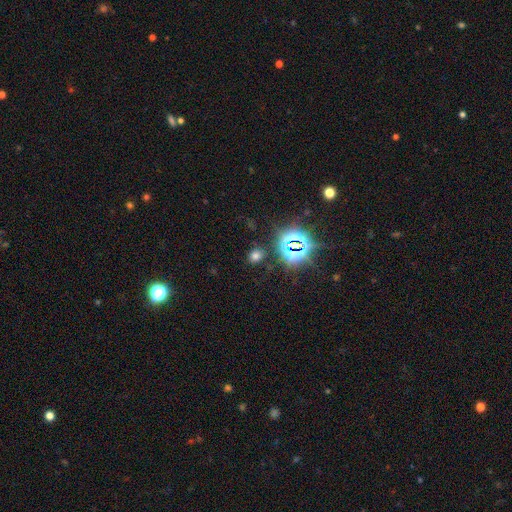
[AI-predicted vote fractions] smooth_or_featured: smooth (p=0.58) [alt: star or artifact p=0.35]
how_rounded: round (p=0.53) [alt: in between p=0.45]
merging: none (p=0.82) [alt: minor disturbance p=0.11]